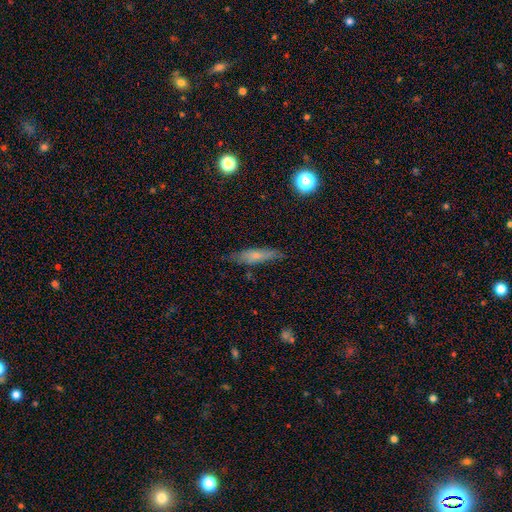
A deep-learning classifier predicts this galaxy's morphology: The model was most divided on "smooth or featured": smooth: 63%, featured or disk: 29%, star or artifact: 8%. More confident: merging — none (78%); how rounded — cigar-shaped (75%).